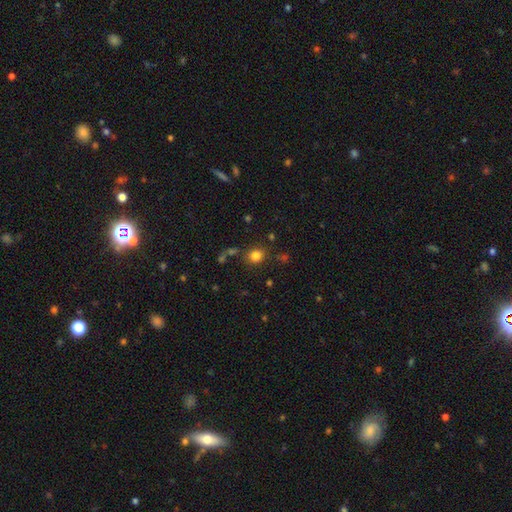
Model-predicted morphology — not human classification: A smooth galaxy with no disk features (81%) that is round (75%).

Vote fractions:
- Smooth or featured? smooth: 81% / star or artifact: 14% / featured or disk: 6%
- How rounded? round: 75% / in between: 24% / cigar-shaped: 1%
- Merging? none: 82% / minor disturbance: 10% / merger: 4% / major disturbance: 4%